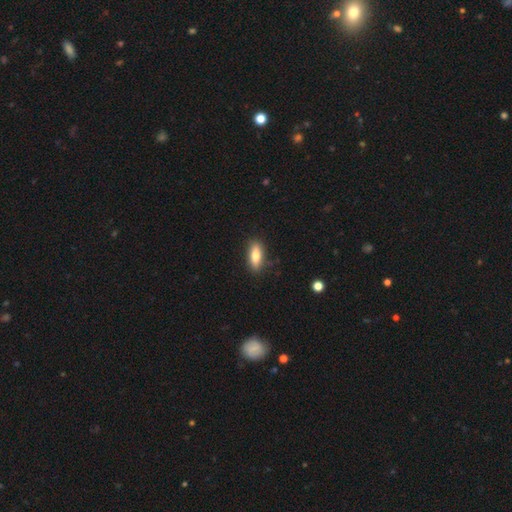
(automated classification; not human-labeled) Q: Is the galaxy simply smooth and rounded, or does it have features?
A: smooth — 72%.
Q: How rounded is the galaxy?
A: in between — 68%.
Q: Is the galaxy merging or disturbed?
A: none — 85%.